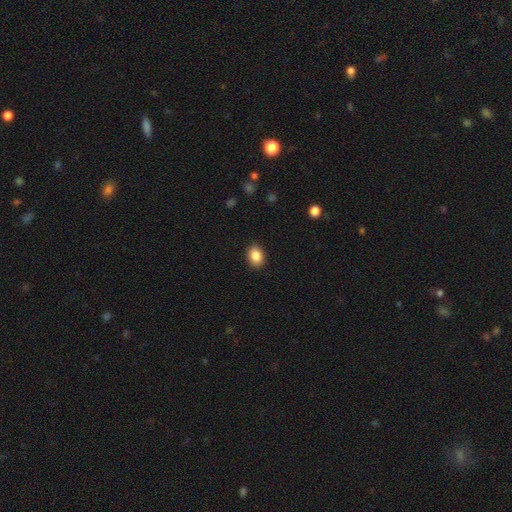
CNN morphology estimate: The model was most divided on "how rounded": in between: 73%, round: 26%, cigar-shaped: 1%. More confident: merging — none (90%); smooth or featured — smooth (88%).